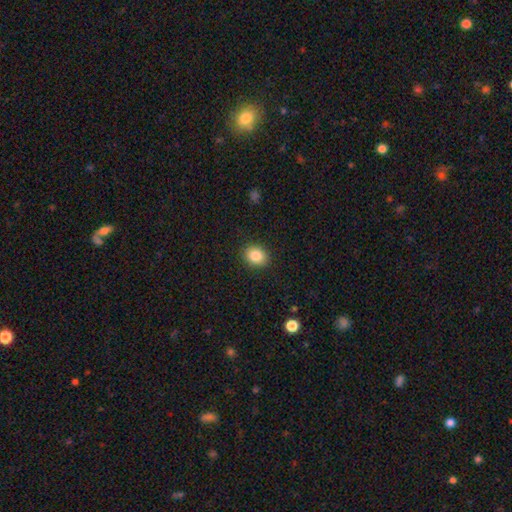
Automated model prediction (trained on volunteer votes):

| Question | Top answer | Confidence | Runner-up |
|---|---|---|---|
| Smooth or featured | smooth | 85% | star or artifact (9%) |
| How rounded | round | 58% | in between (41%) |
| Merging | none | 90% | minor disturbance (7%) |